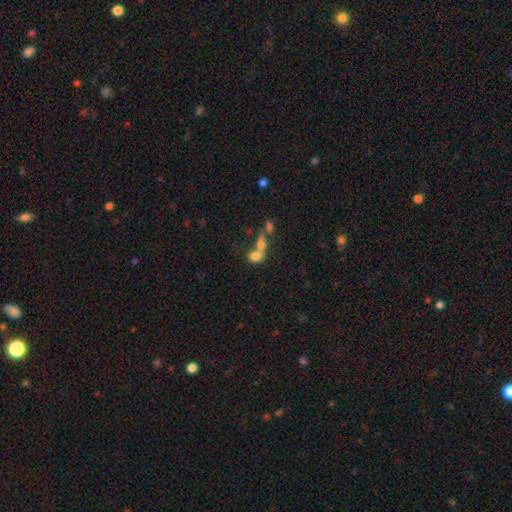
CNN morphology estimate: smooth_or_featured: smooth (p=0.72) [alt: featured or disk p=0.16]
how_rounded: in between (p=0.55) [alt: round p=0.42]
merging: merger (p=0.64) [alt: none p=0.22]